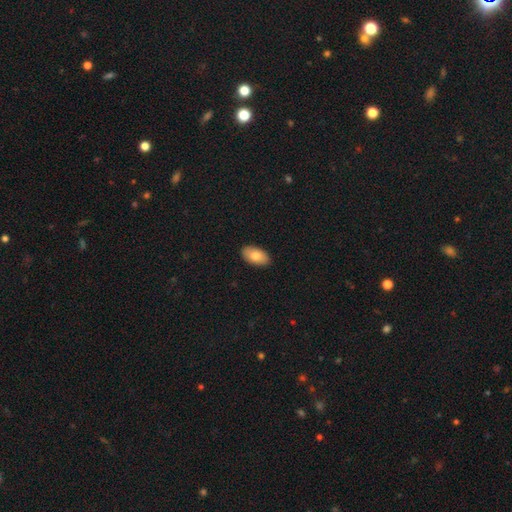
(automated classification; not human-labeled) Smooth or featured? smooth (79%)
How rounded? in between (94%)
Merging? none (89%)